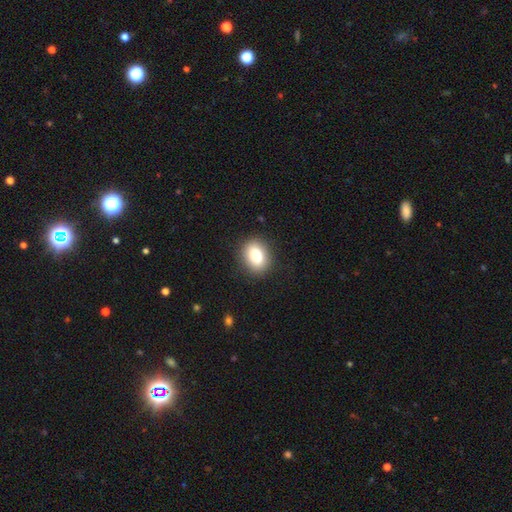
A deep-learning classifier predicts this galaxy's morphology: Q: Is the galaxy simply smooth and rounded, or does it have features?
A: smooth — 82%.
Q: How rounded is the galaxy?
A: in between — 60%.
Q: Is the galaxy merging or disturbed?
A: none — 89%.